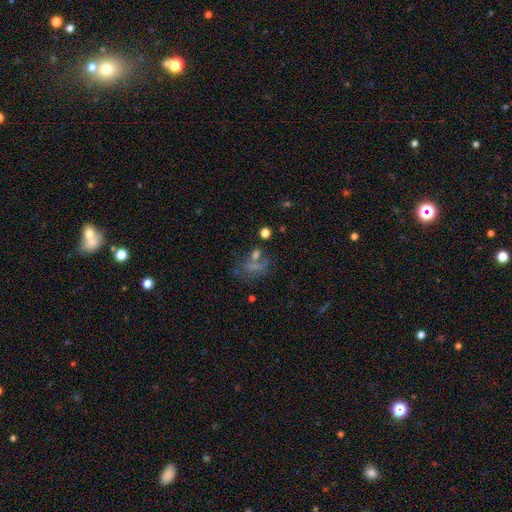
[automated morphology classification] This is possibly a smooth galaxy (51%). How rounded: possibly in between (58%). Merging: marginally none (43%).